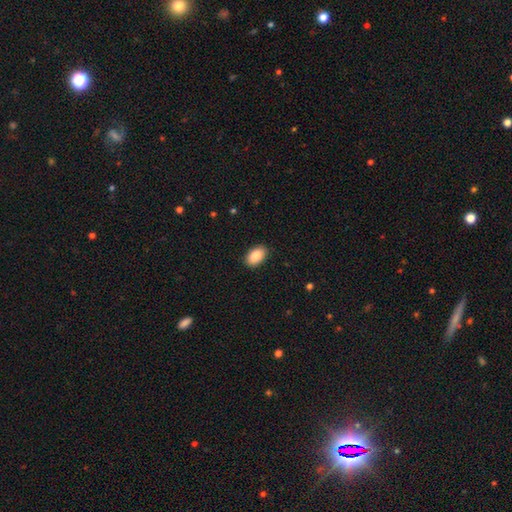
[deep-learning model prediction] Smooth or featured?
  - smooth: 88% *
  - star or artifact: 7%
  - featured or disk: 5%
How rounded?
  - in between: 93% *
  - round: 6%
  - cigar-shaped: 1%
Merging?
  - none: 89% *
  - minor disturbance: 8%
  - major disturbance: 2%
  - merger: 1%